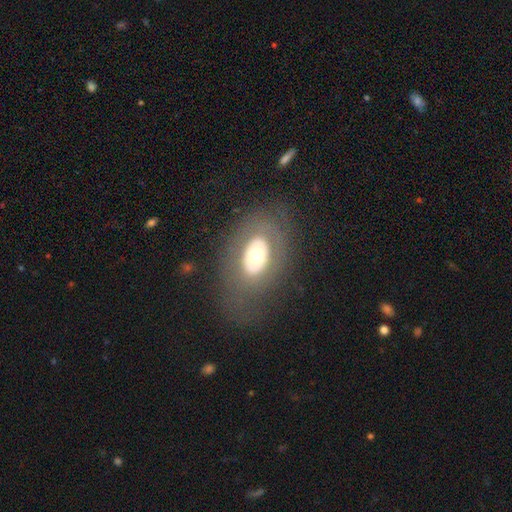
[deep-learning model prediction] A featured or disk galaxy (47%). Merging: none (75%).